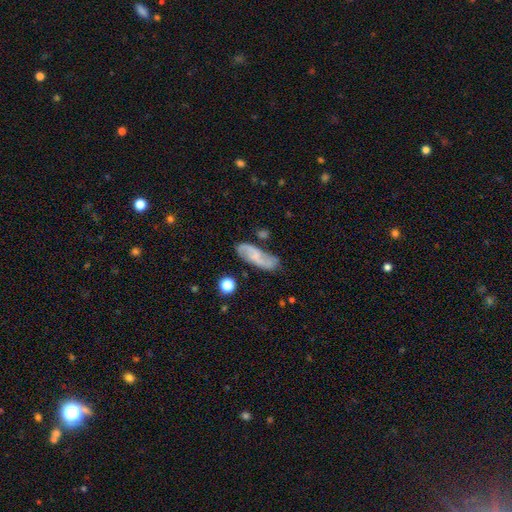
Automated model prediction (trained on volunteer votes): The model was most divided on "bar": no: 47%, weak: 40%, strong: 13%. Remaining: edge-on disk — no (90%); spiral arms — yes (90%); merging — none (69%); smooth or featured — featured or disk (61%); bulge size — small (45%).